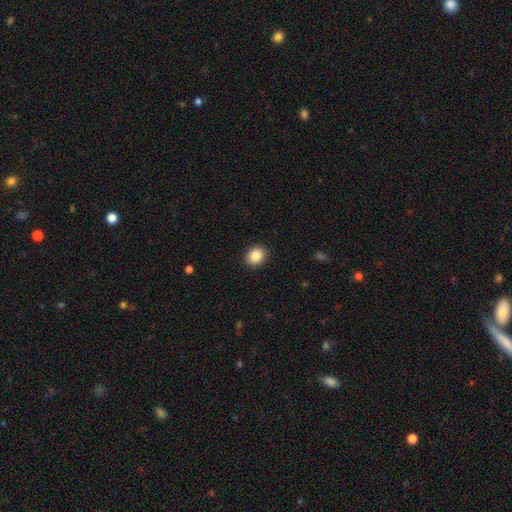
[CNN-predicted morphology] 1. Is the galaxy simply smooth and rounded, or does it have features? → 87% smooth, 9% star or artifact, 4% featured or disk.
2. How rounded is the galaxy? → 64% round, 35% in between, 1% cigar-shaped.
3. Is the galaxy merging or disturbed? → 91% none, 6% minor disturbance, 2% major disturbance, 1% merger.